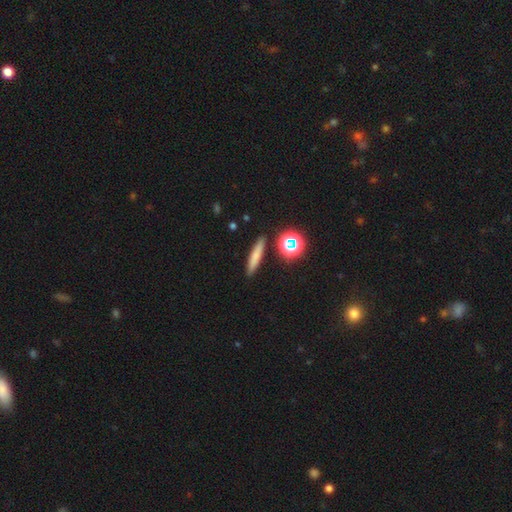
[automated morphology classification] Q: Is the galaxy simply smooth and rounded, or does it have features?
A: smooth — 70%.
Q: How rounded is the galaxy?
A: cigar-shaped — 87%.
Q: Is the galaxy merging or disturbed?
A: none — 89%.